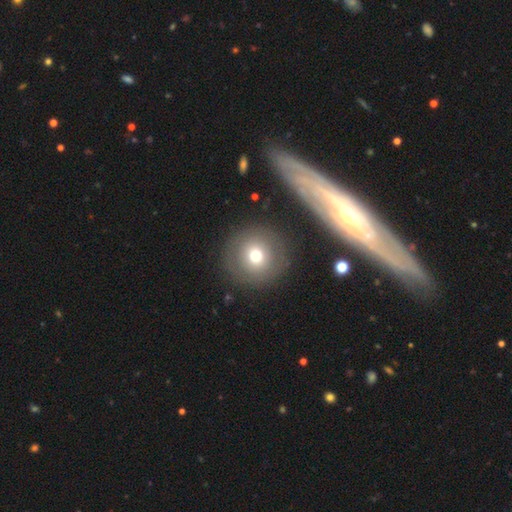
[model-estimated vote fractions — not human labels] smooth-or-featured: smooth: 69% | featured or disk: 18% | star or artifact: 13%
  how-rounded: round: 95% | in between: 4% | cigar-shaped: 1%
  merging: none: 84% | minor disturbance: 8% | major disturbance: 4% | merger: 4%